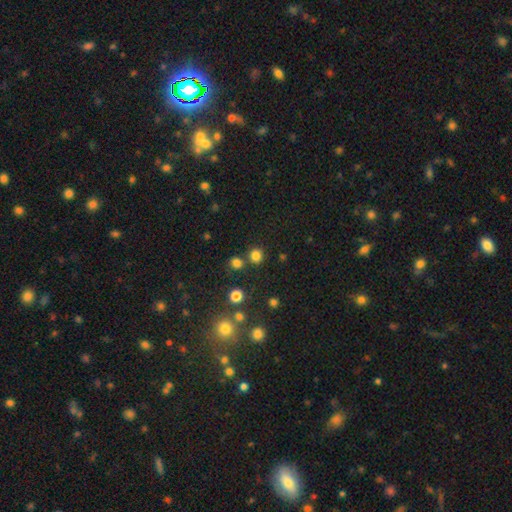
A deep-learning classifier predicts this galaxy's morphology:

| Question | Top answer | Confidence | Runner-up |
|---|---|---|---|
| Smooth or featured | smooth | 78% | star or artifact (17%) |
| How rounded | round | 89% | in between (10%) |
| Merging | none | 78% | merger (12%) |